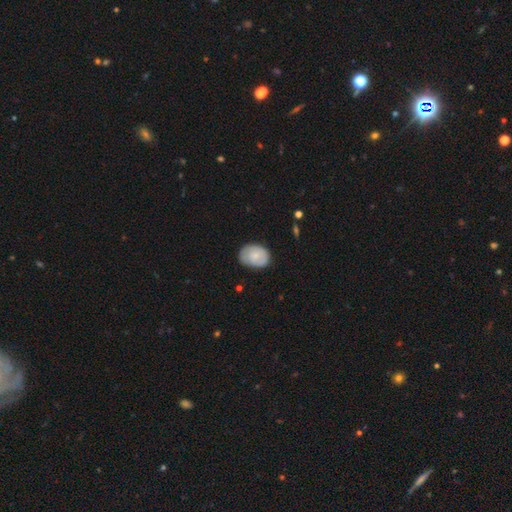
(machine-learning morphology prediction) A smooth galaxy with no disk features (70%) that is in between round and cigar-shaped (70%). Merging: none (73%).